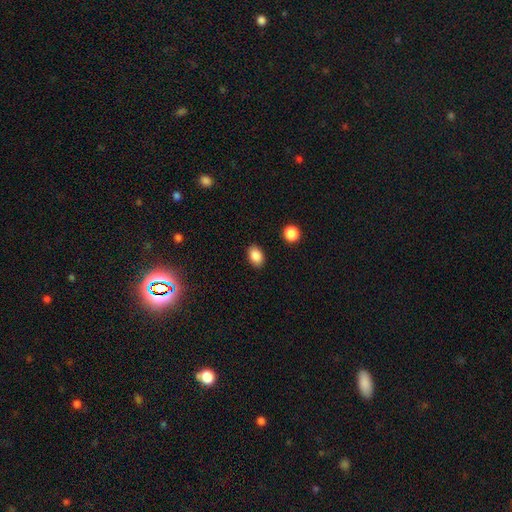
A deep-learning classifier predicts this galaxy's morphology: A smooth galaxy with no disk features (87%) that is in between round and cigar-shaped (82%). Merging: none (88%).